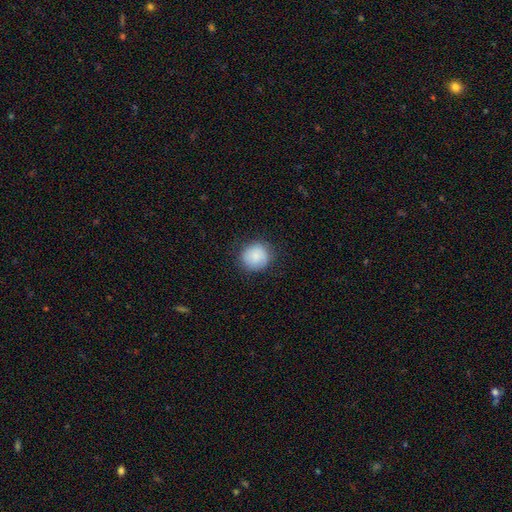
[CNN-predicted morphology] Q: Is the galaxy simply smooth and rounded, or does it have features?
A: smooth — 87%.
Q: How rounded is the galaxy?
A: round — 91%.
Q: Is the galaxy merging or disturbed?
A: none — 85%.